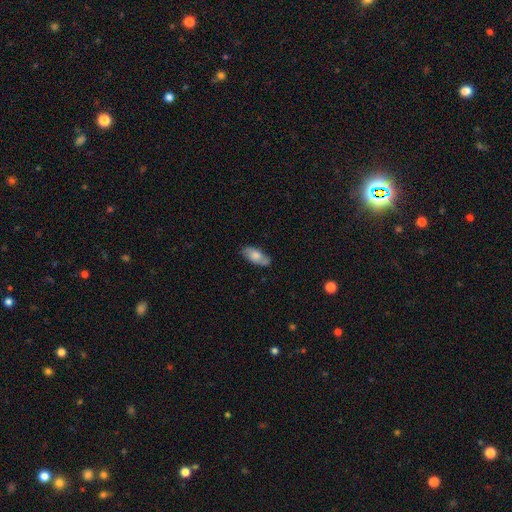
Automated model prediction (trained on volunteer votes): Q: Smooth or featured?
A: smooth (72%); runner-up: featured or disk (22%)
Q: How rounded?
A: in between (86%); runner-up: cigar-shaped (12%)
Q: Merging?
A: none (80%); runner-up: minor disturbance (16%)